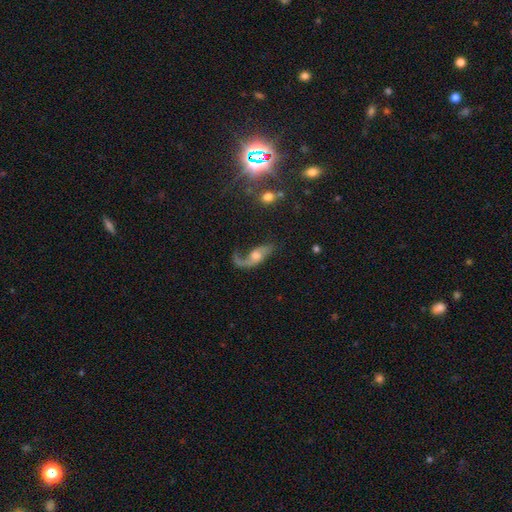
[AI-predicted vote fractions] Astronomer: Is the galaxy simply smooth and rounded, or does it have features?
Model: featured or disk — 76%.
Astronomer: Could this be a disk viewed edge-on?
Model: no — 90%.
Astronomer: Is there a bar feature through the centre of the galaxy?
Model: no — 66%.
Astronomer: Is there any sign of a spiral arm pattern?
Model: yes — 89%.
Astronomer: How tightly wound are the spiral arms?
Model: loose — 79%.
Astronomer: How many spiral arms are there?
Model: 2 — 58% (runner-up: 1, 37%).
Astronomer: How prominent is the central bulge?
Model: moderate — 55%.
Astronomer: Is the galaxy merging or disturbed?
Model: none — 43% (runner-up: major disturbance, 32%).